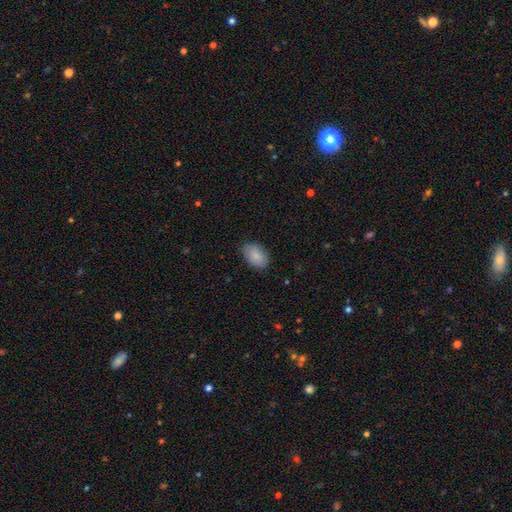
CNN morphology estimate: Smooth or featured: smooth — 87% (featured or disk — 7%)
How rounded: in between — 92% (round — 7%)
Merging: none — 83% (minor disturbance — 13%)